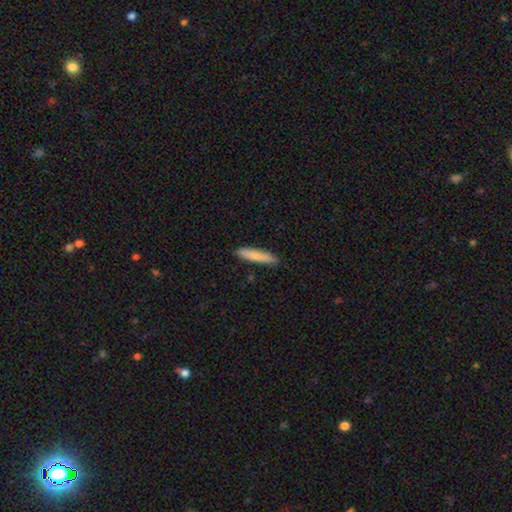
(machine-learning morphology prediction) Smooth or featured: smooth — 80% (featured or disk — 14%)
How rounded: cigar-shaped — 89% (in between — 10%)
Merging: none — 89% (minor disturbance — 8%)